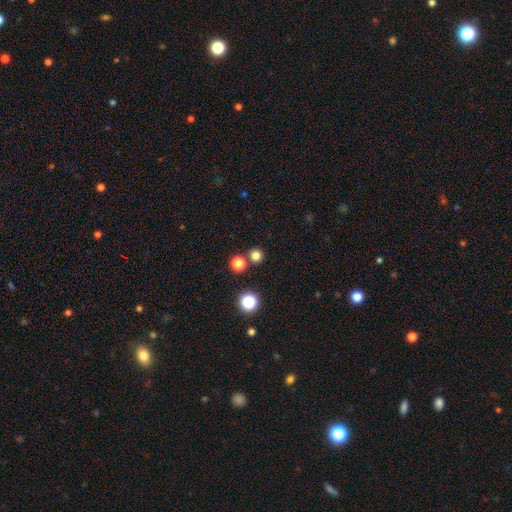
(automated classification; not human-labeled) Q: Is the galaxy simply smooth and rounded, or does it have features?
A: smooth — 78%.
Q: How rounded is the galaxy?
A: round — 94%.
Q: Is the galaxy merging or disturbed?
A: none — 81%.